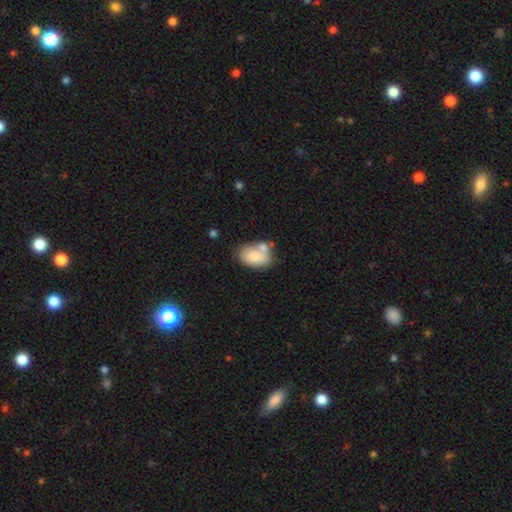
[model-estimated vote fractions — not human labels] A smooth galaxy with no disk features (75%) that is in between round and cigar-shaped (88%). Merging: none (42%).